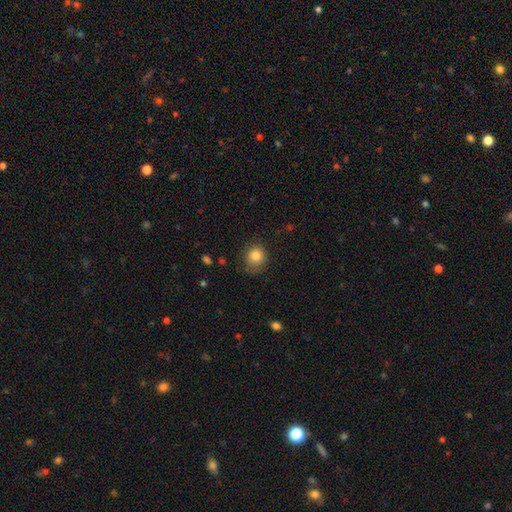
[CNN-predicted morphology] This is clearly a smooth galaxy (82%). How rounded: clearly round (82%). Merging: likely none (72%).